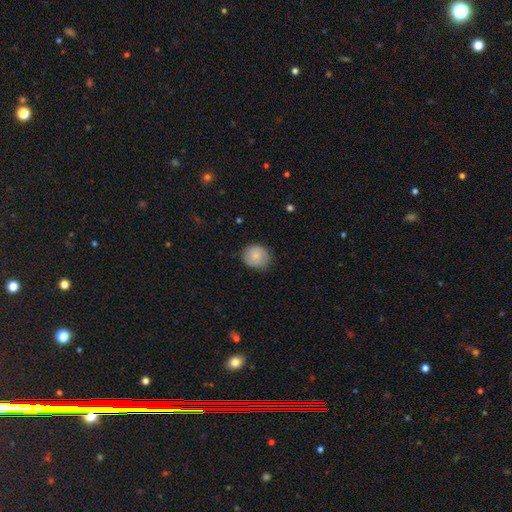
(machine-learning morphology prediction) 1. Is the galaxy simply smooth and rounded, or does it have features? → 80% smooth, 12% featured or disk, 7% star or artifact.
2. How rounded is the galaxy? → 76% round, 23% in between, 1% cigar-shaped.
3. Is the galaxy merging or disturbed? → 73% none, 22% minor disturbance, 4% major disturbance, 1% merger.